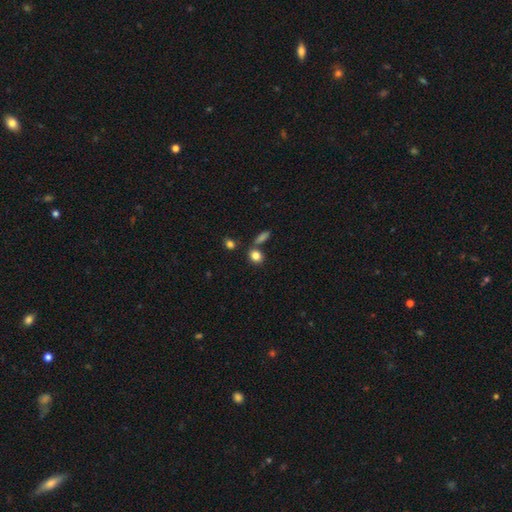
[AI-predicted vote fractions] Smooth or featured: smooth — 83% (star or artifact — 10%)
How rounded: round — 55% (in between — 42%)
Merging: none — 69% (merger — 16%)